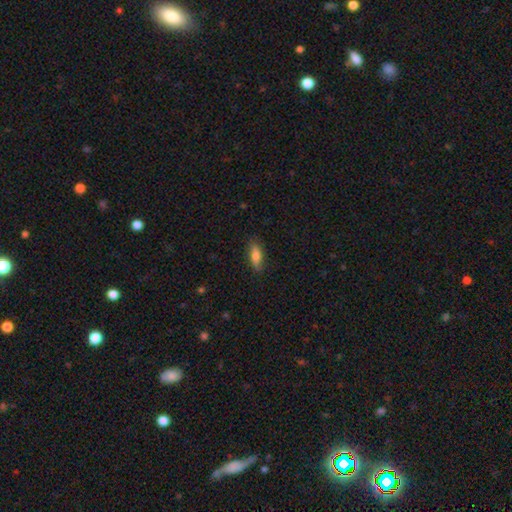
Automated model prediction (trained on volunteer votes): Morphology: type=smooth (76%); roundness=in between (67%); merging=none (80%).